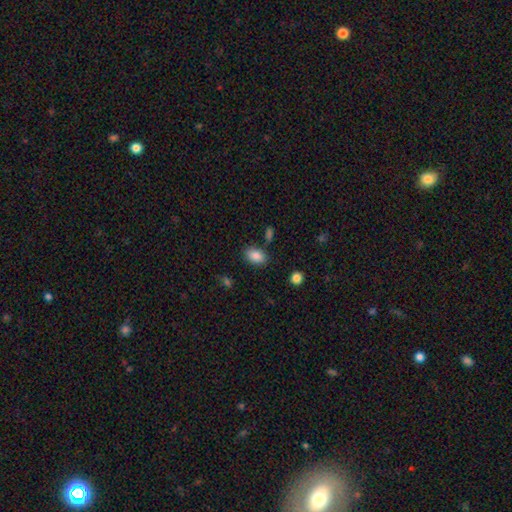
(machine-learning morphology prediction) This is clearly a smooth galaxy (87%). How rounded: clearly in between (87%). Merging: likely none (79%).